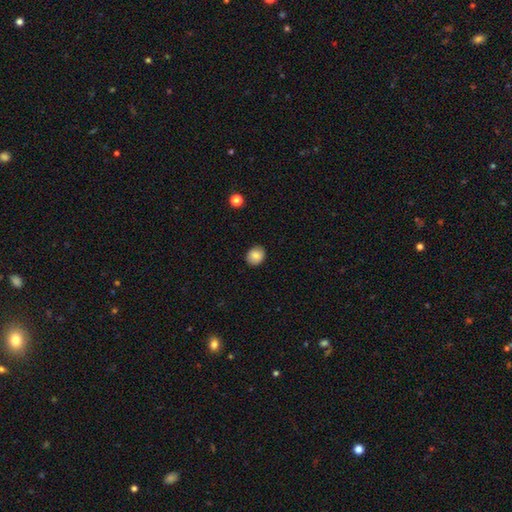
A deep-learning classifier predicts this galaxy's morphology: Q: Smooth or featured?
A: smooth (85%); runner-up: star or artifact (9%)
Q: How rounded?
A: round (61%); runner-up: in between (38%)
Q: Merging?
A: none (89%); runner-up: minor disturbance (8%)